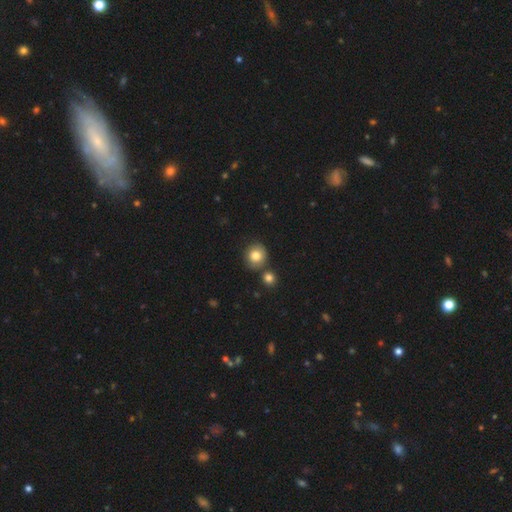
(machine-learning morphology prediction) Smooth or featured: smooth — 82% (star or artifact — 9%)
How rounded: round — 85% (in between — 14%)
Merging: none — 74% (merger — 14%)